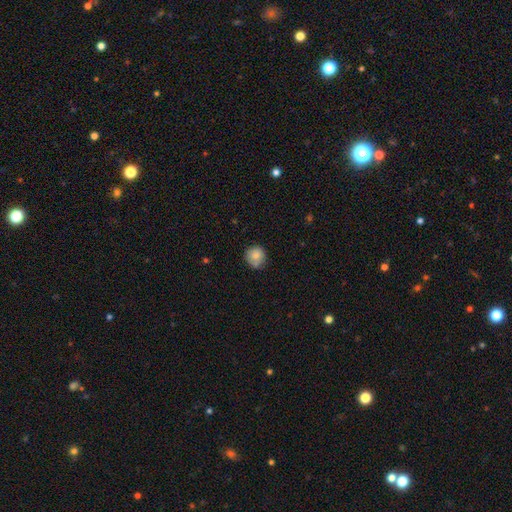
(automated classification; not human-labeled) Morphology: type=smooth (80%); roundness=round (89%); merging=none (67%).